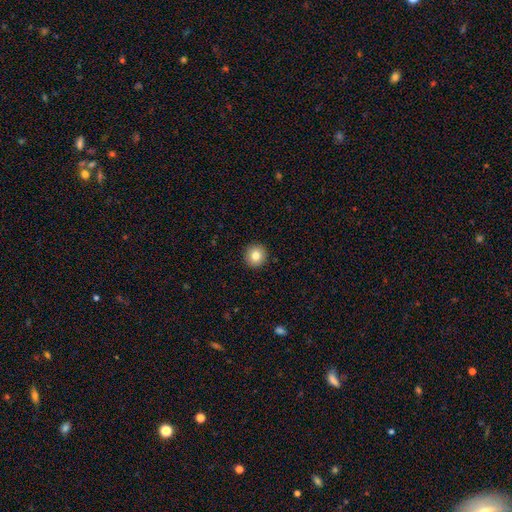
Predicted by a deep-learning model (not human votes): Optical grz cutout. It shows a smooth galaxy with no disk features (81%) that is round (95%). Merging: none (93%).